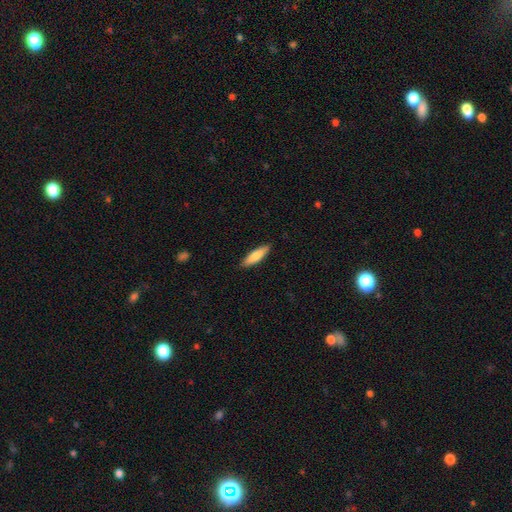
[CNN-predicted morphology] The model was most divided on "how rounded": cigar-shaped: 65%, in between: 33%, round: 2%. More confident: merging — none (89%); smooth or featured — smooth (78%).